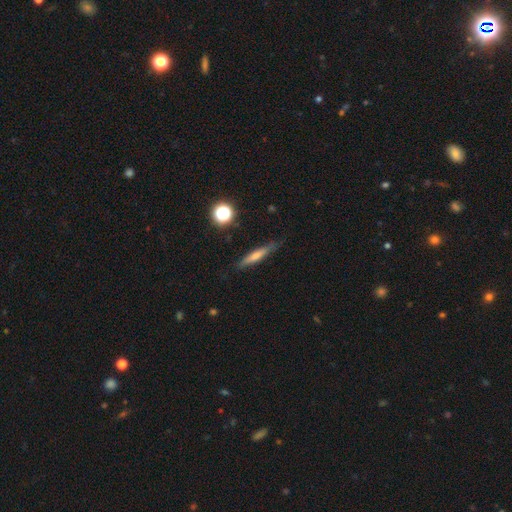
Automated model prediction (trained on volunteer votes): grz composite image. It shows a smooth galaxy with no disk features (51%) that is cigar-shaped (90%). Merging: none (83%).